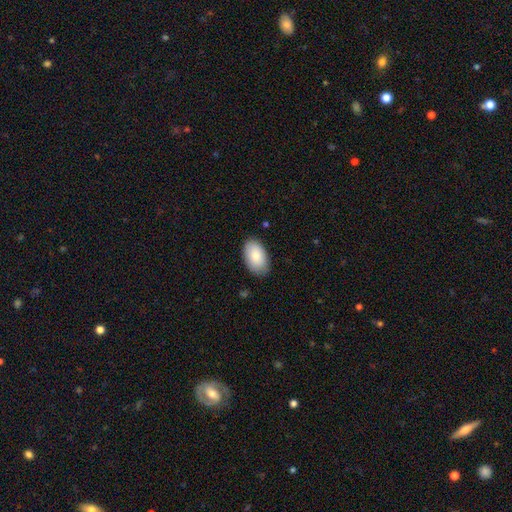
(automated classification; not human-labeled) Q: Smooth or featured?
A: smooth (84%); runner-up: featured or disk (10%)
Q: How rounded?
A: in between (94%); runner-up: round (5%)
Q: Merging?
A: none (86%); runner-up: minor disturbance (11%)